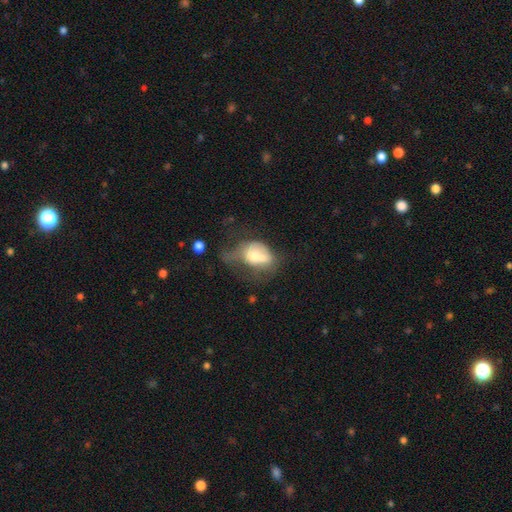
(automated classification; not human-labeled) This is possibly a smooth galaxy (54%). How rounded: likely in between (70%). Merging: marginally merger (39%).